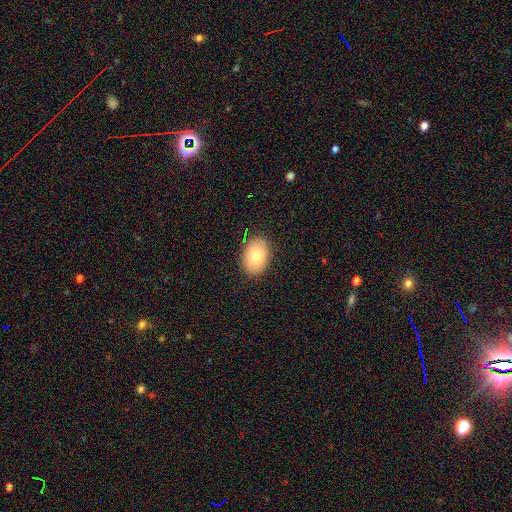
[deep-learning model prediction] Morphology: type=smooth (77%); roundness=in between (78%); merging=none (87%).